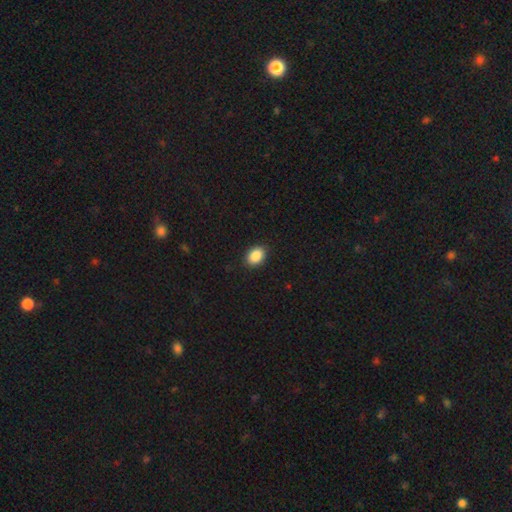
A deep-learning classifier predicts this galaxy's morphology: Smooth or featured? Predicted: smooth (p=0.88). How rounded? Predicted: in between (p=0.76). Merging? Predicted: none (p=0.89).